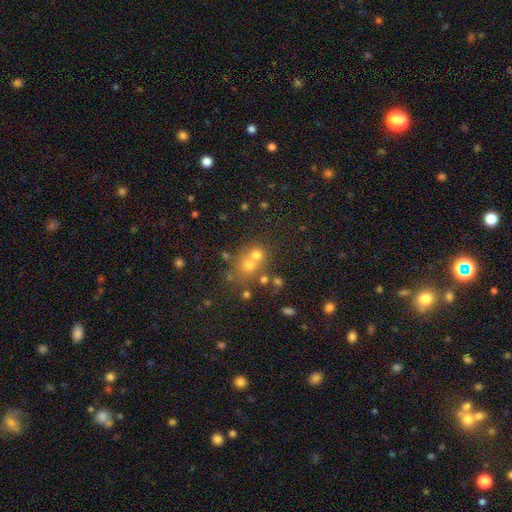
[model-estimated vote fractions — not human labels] Smooth or featured?
  - smooth: 49% *
  - star or artifact: 34%
  - featured or disk: 17%
Merging?
  - none: 50% *
  - merger: 38%
  - minor disturbance: 8%
  - major disturbance: 4%